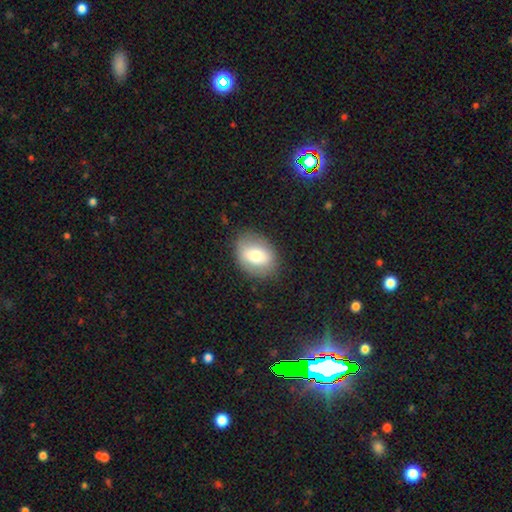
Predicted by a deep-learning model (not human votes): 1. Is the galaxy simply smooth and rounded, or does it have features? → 69% smooth, 24% featured or disk, 8% star or artifact.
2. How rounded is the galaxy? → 69% in between, 29% round, 1% cigar-shaped.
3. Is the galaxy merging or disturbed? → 80% none, 14% minor disturbance, 5% major disturbance, 1% merger.